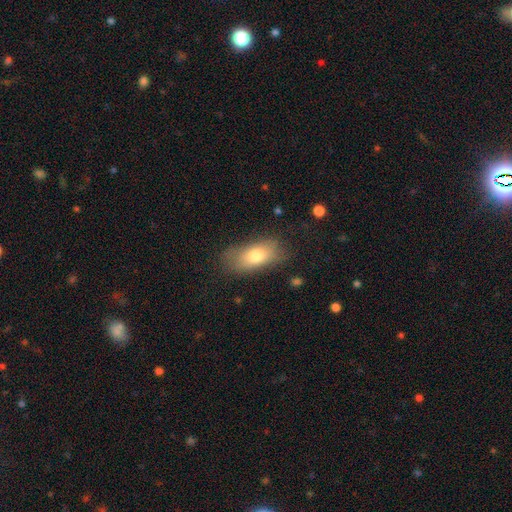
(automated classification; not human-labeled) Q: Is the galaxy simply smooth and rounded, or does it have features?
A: smooth — 74%.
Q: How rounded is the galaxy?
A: in between — 85%.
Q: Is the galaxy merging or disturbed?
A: none — 72%.